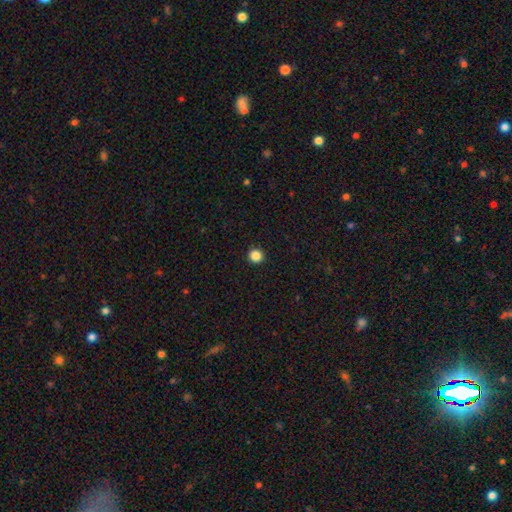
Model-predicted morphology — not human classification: type=smooth (86%); roundness=round (95%); merging=none (94%).